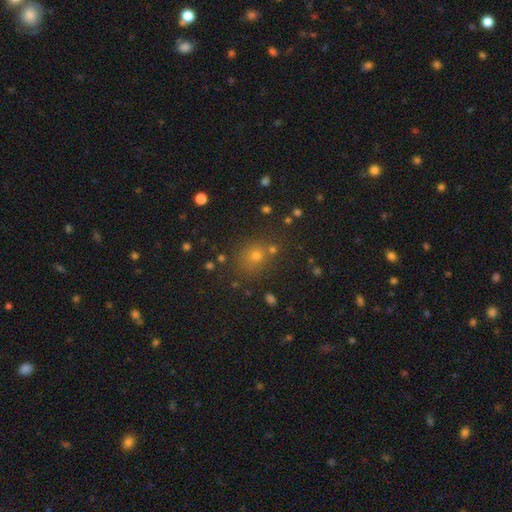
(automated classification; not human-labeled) A smooth galaxy with no disk features (62%) that is round (80%).

Vote fractions:
- Smooth or featured? smooth: 62% / star or artifact: 29% / featured or disk: 9%
- How rounded? round: 80% / in between: 19% / cigar-shaped: 1%
- Merging? none: 73% / minor disturbance: 11% / merger: 11% / major disturbance: 4%